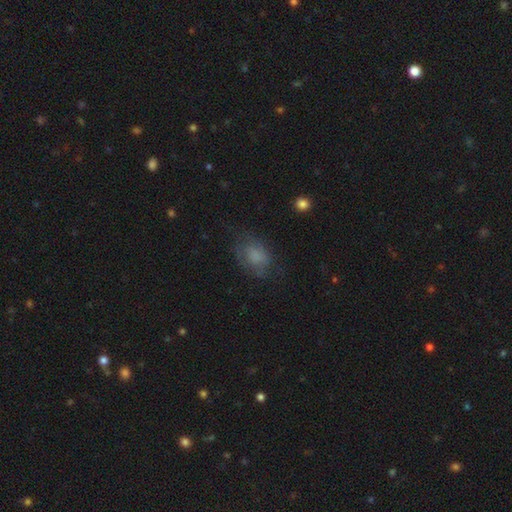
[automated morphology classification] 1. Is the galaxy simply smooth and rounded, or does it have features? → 66% smooth, 21% featured or disk, 13% star or artifact.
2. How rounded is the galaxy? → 71% in between, 27% round, 2% cigar-shaped.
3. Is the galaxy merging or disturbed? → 59% none, 24% minor disturbance, 16% major disturbance, 2% merger.